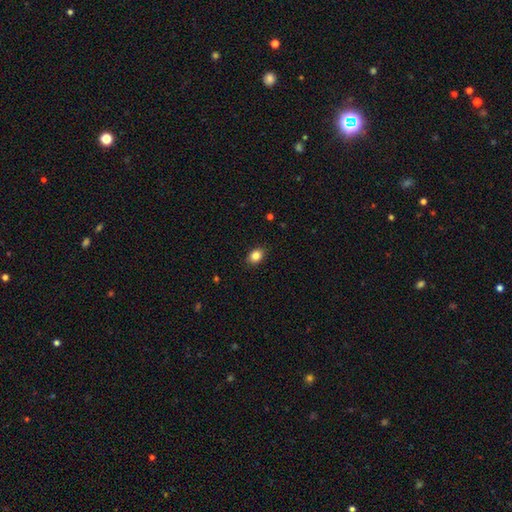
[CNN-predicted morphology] This appears to be a smooth galaxy with no disk features (84%) that is in between round and cigar-shaped (66%). Merging: none (89%).